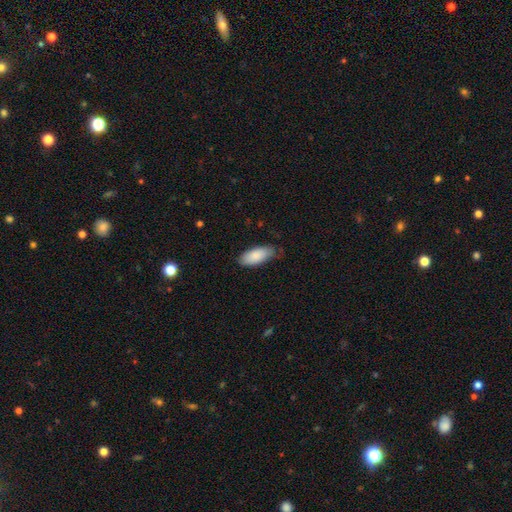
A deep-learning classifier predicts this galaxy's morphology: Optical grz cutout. It shows a smooth galaxy with no disk features (87%) that is in between round and cigar-shaped (87%). Merging: none (68%).